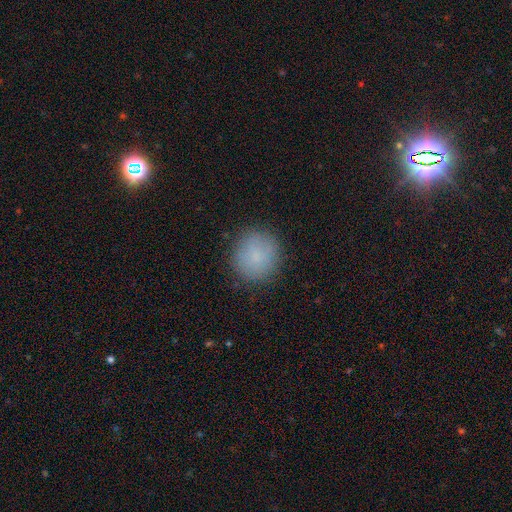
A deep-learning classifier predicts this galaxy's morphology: Smooth or featured: smooth — 83% (star or artifact — 11%)
How rounded: round — 90% (in between — 9%)
Merging: none — 88% (minor disturbance — 9%)